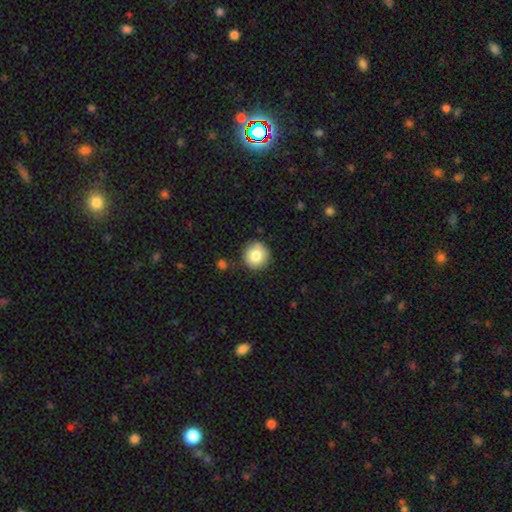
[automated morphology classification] Q: Smooth or featured?
A: smooth (80%); runner-up: featured or disk (11%)
Q: How rounded?
A: round (94%); runner-up: in between (5%)
Q: Merging?
A: none (86%); runner-up: minor disturbance (10%)